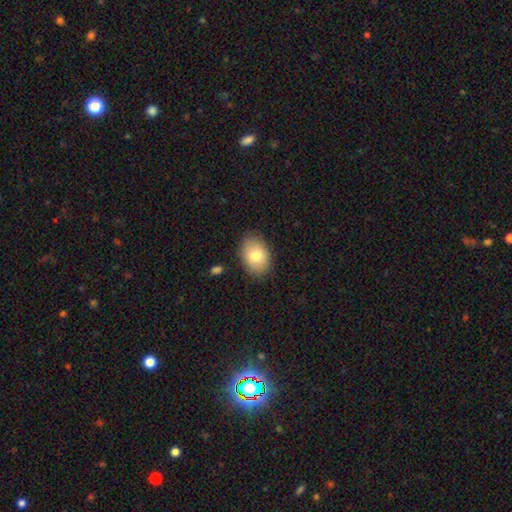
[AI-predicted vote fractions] smooth_or_featured: smooth (p=0.78) [alt: featured or disk p=0.14]
how_rounded: in between (p=0.81) [alt: round p=0.18]
merging: none (p=0.84) [alt: minor disturbance p=0.11]